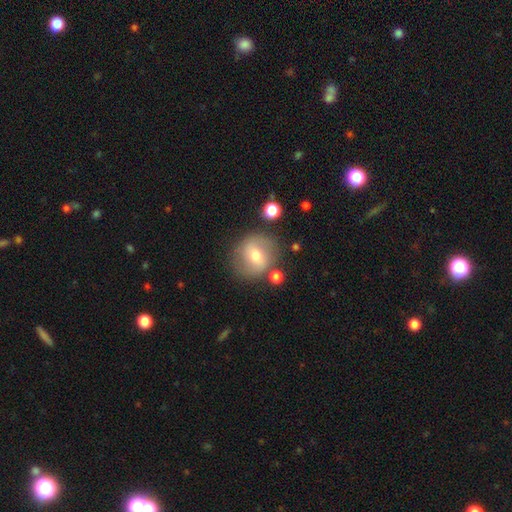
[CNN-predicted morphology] Smooth or featured? smooth (51%)
How rounded? round (84%)
Merging? none (77%)